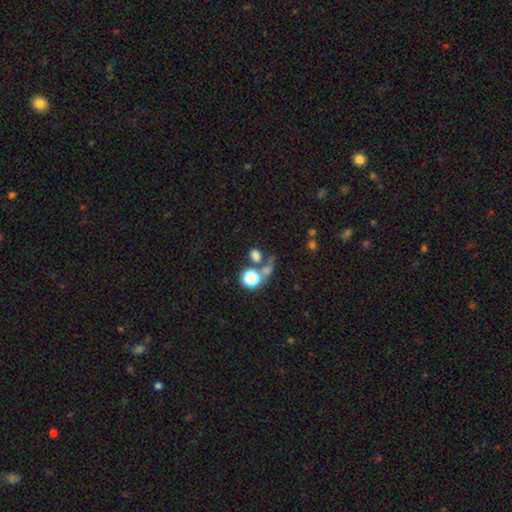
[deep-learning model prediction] smooth 67%, star or artifact 24%, featured or disk 9%. Down the decision tree: how rounded — round (56%); merging — none (52%).